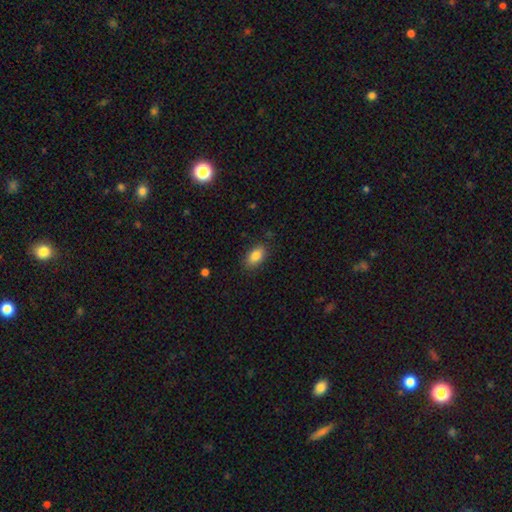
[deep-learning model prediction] Q: Smooth or featured?
A: smooth (84%); runner-up: featured or disk (9%)
Q: How rounded?
A: in between (90%); runner-up: round (6%)
Q: Merging?
A: none (84%); runner-up: minor disturbance (12%)